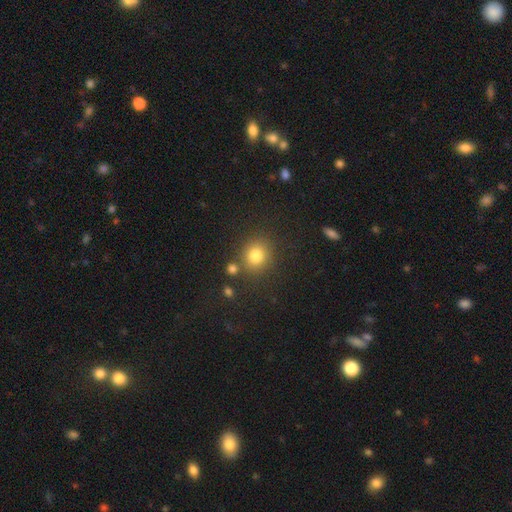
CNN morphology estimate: smooth 80%, star or artifact 14%, featured or disk 7%. Down the decision tree: how rounded — round (82%); merging — none (79%).